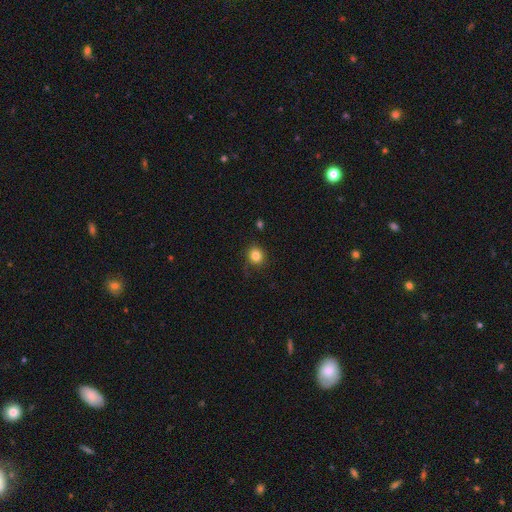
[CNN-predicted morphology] smooth_or_featured: smooth (p=0.83) [alt: star or artifact p=0.11]
how_rounded: round (p=0.84) [alt: in between p=0.15]
merging: none (p=0.83) [alt: minor disturbance p=0.13]